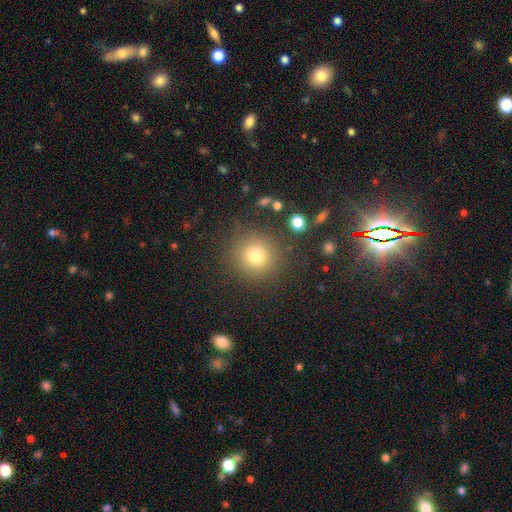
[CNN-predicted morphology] type=smooth (76%); roundness=round (92%); merging=none (85%).